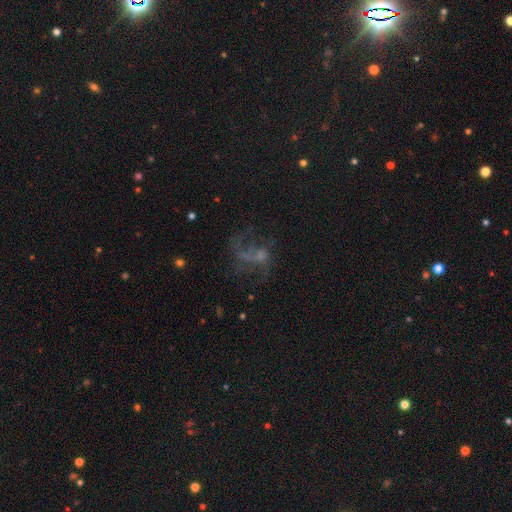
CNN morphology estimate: The model was most divided on "spiral arms": no: 51%, yes: 49%. Remaining: edge-on disk — no (97%); bar — no (77%); bulge size — none (55%); smooth or featured — featured or disk (55%); merging — major disturbance (42%).